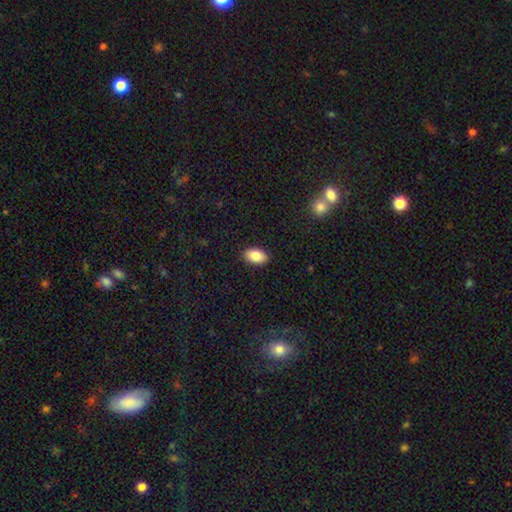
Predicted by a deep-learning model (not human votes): Smooth or featured? smooth (85%)
How rounded? in between (92%)
Merging? none (90%)